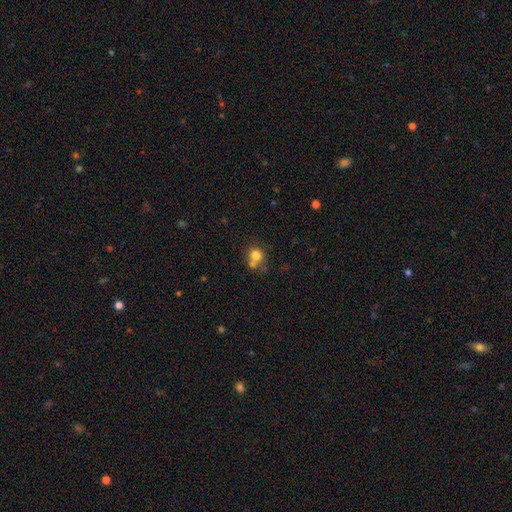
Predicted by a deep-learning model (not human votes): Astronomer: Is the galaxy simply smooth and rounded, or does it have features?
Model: smooth — 77%.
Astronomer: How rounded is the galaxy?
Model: round — 85%.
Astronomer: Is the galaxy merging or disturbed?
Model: none — 48% (runner-up: merger, 38%).